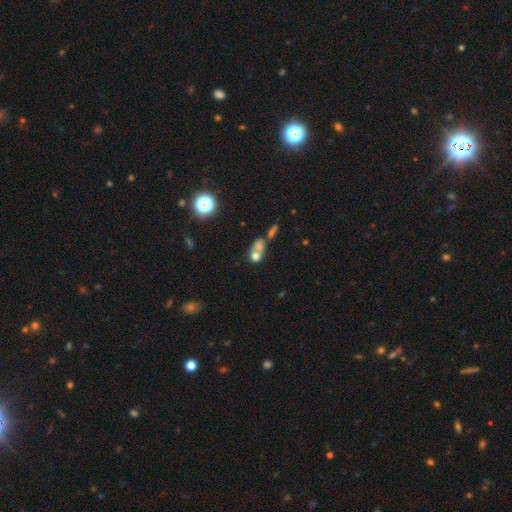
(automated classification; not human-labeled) Smooth or featured: smooth — 63% (featured or disk — 20%)
How rounded: round — 62% (in between — 35%)
Merging: merger — 62% (none — 24%)